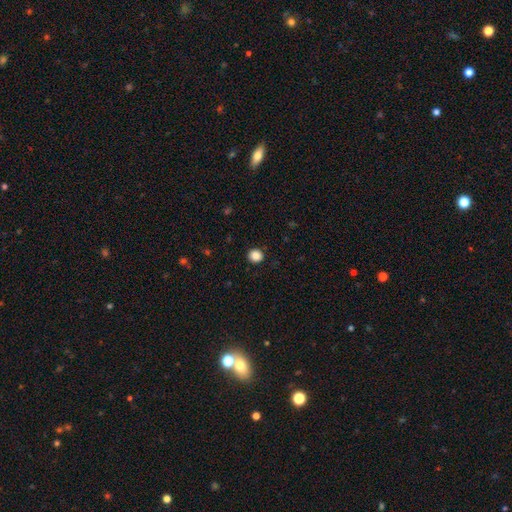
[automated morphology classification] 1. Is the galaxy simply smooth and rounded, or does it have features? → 87% smooth, 10% star or artifact, 3% featured or disk.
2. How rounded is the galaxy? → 90% round, 9% in between, 1% cigar-shaped.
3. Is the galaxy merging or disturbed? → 92% none, 6% minor disturbance, 2% major disturbance, 1% merger.